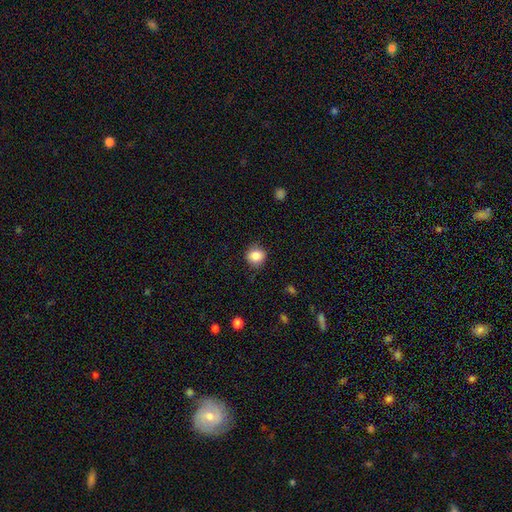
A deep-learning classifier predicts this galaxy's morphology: Smooth or featured: smooth — 84% (star or artifact — 10%)
How rounded: round — 86% (in between — 13%)
Merging: none — 87% (minor disturbance — 10%)